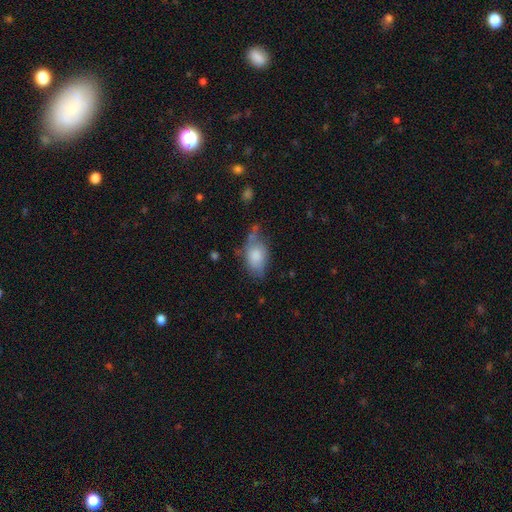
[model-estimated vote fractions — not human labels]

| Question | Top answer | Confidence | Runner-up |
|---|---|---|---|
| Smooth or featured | smooth | 77% | featured or disk (16%) |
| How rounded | in between | 88% | round (9%) |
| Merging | none | 43% | minor disturbance (34%) |